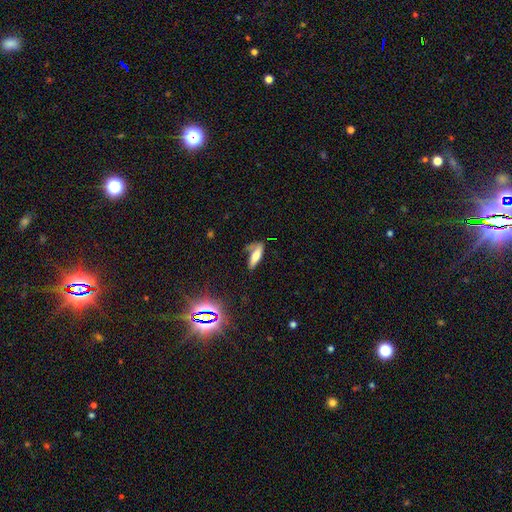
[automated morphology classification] Smooth or featured? smooth (69%)
How rounded? in between (49%)
Merging? none (49%)